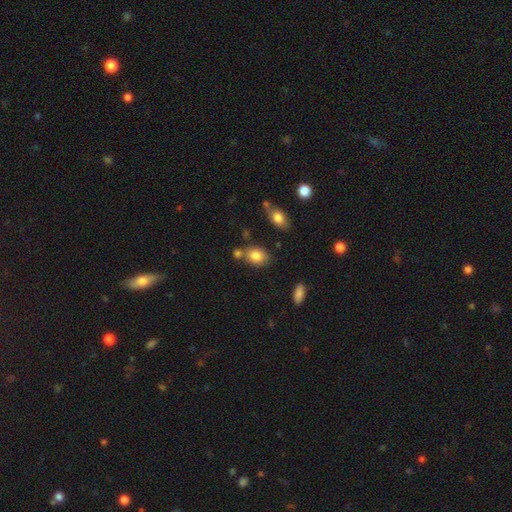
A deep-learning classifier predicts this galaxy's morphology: A smooth galaxy with no disk features (82%) that is in between round and cigar-shaped (67%).

Vote fractions:
- Smooth or featured? smooth: 82% / featured or disk: 9% / star or artifact: 9%
- How rounded? in between: 67% / round: 32% / cigar-shaped: 1%
- Merging? none: 65% / merger: 16% / minor disturbance: 15% / major disturbance: 4%